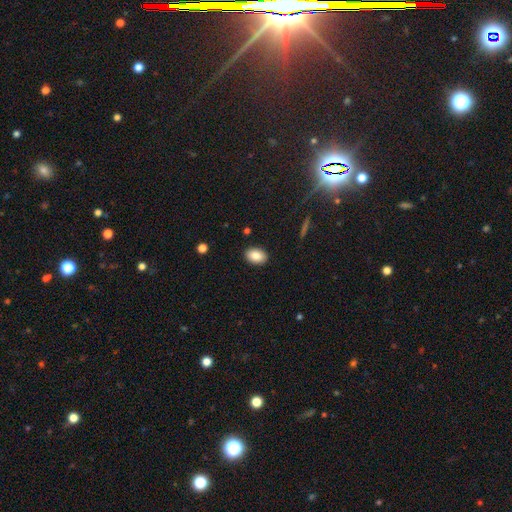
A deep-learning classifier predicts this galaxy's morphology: smooth 85%, star or artifact 8%, featured or disk 7%. Down the decision tree: how rounded — in between (84%); merging — none (90%).